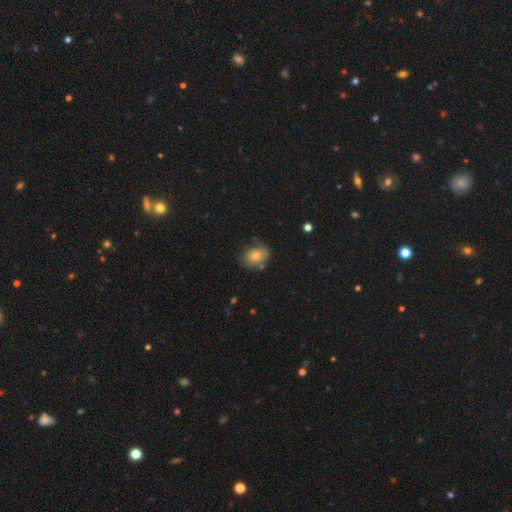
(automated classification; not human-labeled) A smooth galaxy with no disk features (72%) that is in between round and cigar-shaped (67%).

Vote fractions:
- Smooth or featured? smooth: 72% / featured or disk: 19% / star or artifact: 9%
- How rounded? in between: 67% / round: 32% / cigar-shaped: 1%
- Merging? none: 60% / minor disturbance: 27% / major disturbance: 8% / merger: 4%